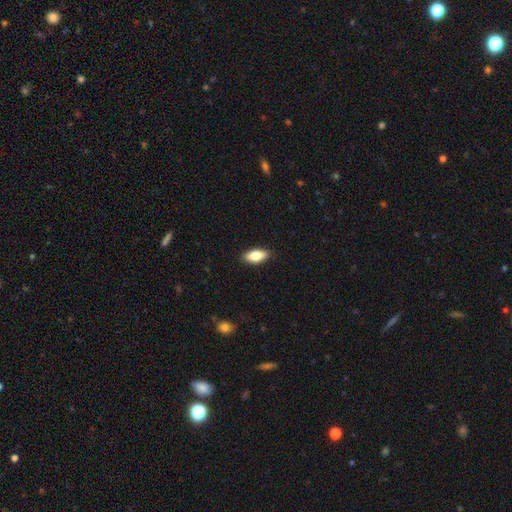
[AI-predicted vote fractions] smooth 78%, featured or disk 15%, star or artifact 7%. Down the decision tree: how rounded — in between (85%); merging — none (88%).